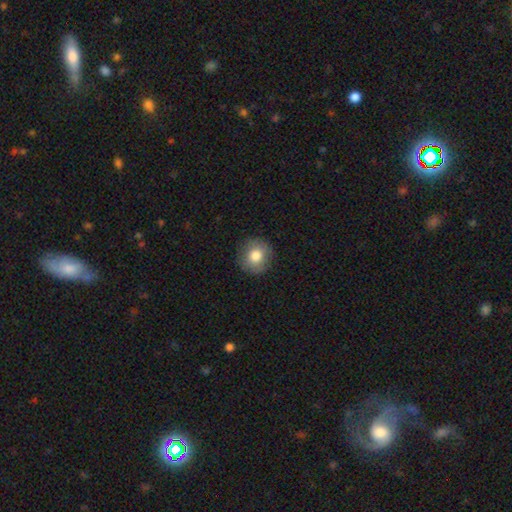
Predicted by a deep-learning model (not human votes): Smooth or featured?
  - smooth: 80% *
  - featured or disk: 12%
  - star or artifact: 9%
How rounded?
  - round: 92% *
  - in between: 7%
  - cigar-shaped: 1%
Merging?
  - none: 88% *
  - minor disturbance: 9%
  - major disturbance: 2%
  - merger: 1%